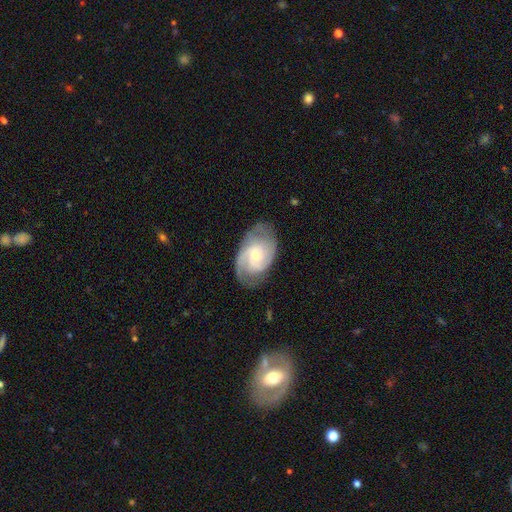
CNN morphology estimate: A featured or disk galaxy (77%) with no bar (61%), 2 (56%) medium (43%) spiral arms (93%) and a small central bulge (55%).

Vote fractions:
- Smooth or featured? featured or disk: 77% / smooth: 18% / star or artifact: 5%
- Edge-on disk? no: 96% / yes: 4%
- Bar? no: 61% / weak: 34% / strong: 5%
- Spiral arms? yes: 93% / no: 7%
- Spiral winding? medium: 43% / tight: 42% / loose: 15%
- Spiral arm count? 2: 56% / can't tell: 21% / 3: 13% / 1: 4% / 4: 3% / more than 4: 3%
- Bulge size? small: 55% / moderate: 40% / large: 2% / none: 1% / dominant: 1%
- Merging? none: 71% / minor disturbance: 20% / major disturbance: 8% / merger: 1%